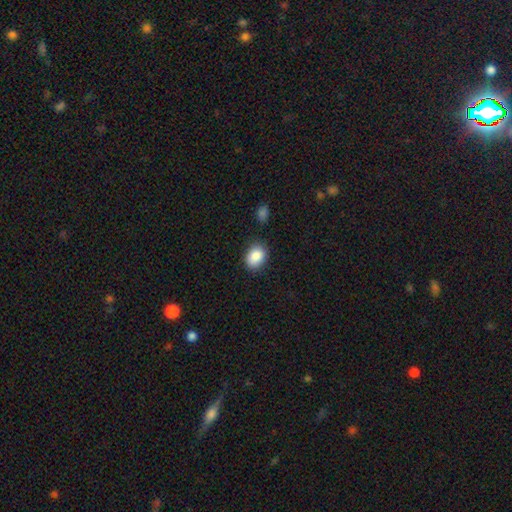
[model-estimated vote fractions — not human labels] Smooth or featured? smooth (88%)
How rounded? in between (65%)
Merging? none (81%)